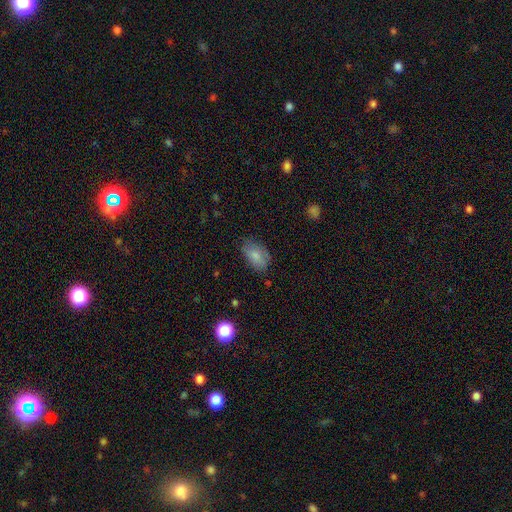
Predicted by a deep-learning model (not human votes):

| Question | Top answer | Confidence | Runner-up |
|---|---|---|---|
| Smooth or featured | smooth | 80% | featured or disk (12%) |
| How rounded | in between | 90% | round (9%) |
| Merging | none | 70% | minor disturbance (23%) |